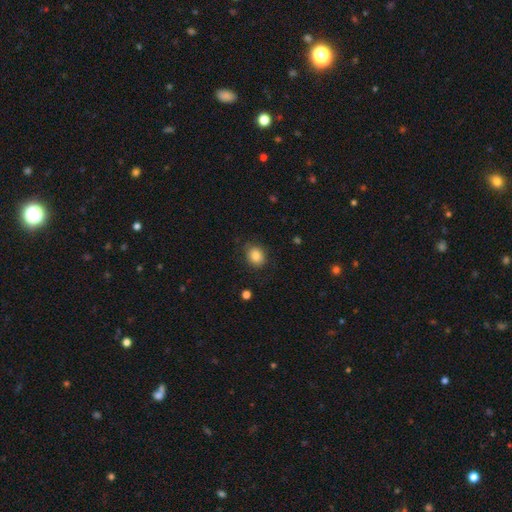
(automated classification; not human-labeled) Smooth or featured? smooth (85%)
How rounded? round (60%)
Merging? none (81%)